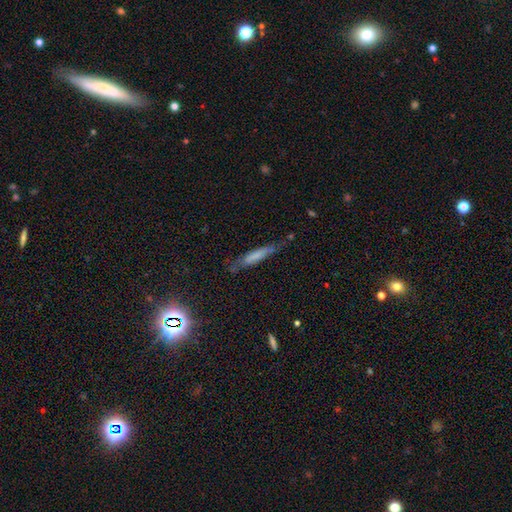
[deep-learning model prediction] Morphology: type=smooth (58%); roundness=cigar-shaped (87%); merging=none (62%).